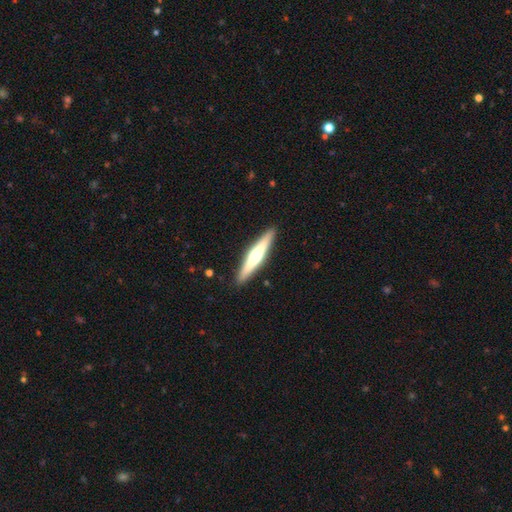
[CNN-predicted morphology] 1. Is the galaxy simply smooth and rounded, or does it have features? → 57% featured or disk, 38% smooth, 5% star or artifact.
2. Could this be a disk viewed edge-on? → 96% yes, 4% no.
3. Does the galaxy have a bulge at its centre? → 86% rounded, 8% none, 6% boxy.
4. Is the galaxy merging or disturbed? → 91% none, 6% minor disturbance, 1% major disturbance, 1% merger.